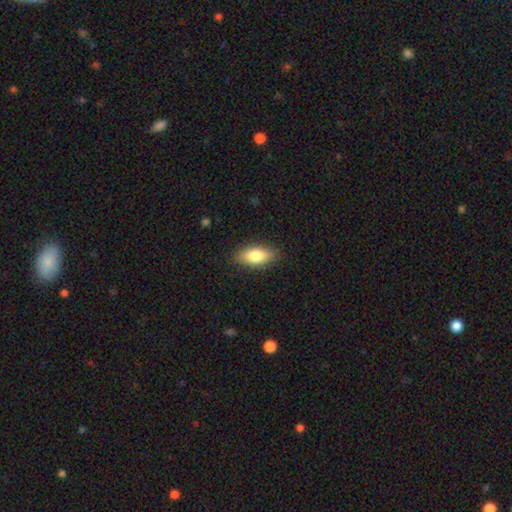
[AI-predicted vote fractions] smooth-or-featured: smooth: 80% | featured or disk: 14% | star or artifact: 7%
  how-rounded: in between: 84% | cigar-shaped: 12% | round: 4%
  merging: none: 87% | minor disturbance: 10% | major disturbance: 2% | merger: 1%